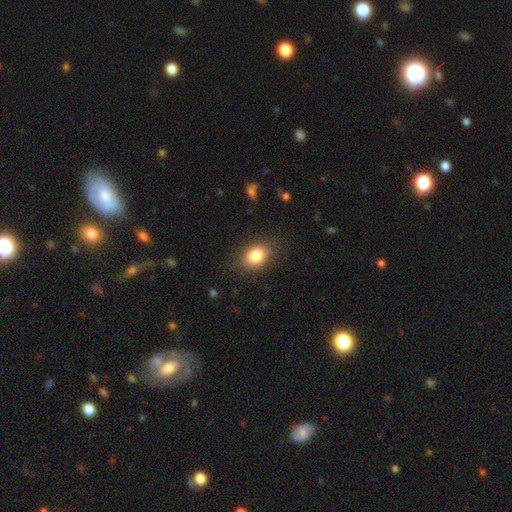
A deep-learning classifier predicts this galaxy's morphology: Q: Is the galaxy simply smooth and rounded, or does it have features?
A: smooth — 83%.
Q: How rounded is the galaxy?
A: in between — 64%.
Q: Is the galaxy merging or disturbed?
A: none — 83%.